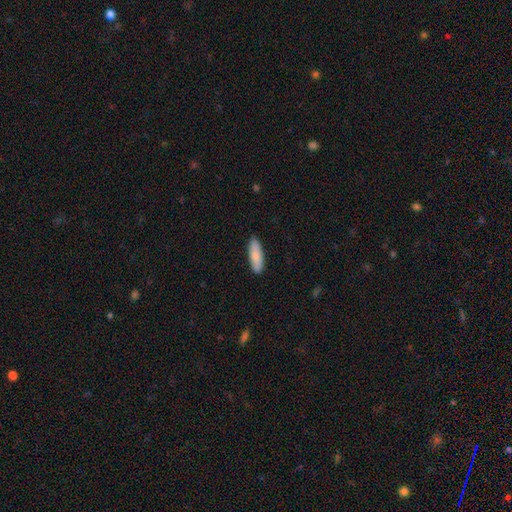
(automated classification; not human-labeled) Q: Smooth or featured?
A: smooth (84%); runner-up: featured or disk (11%)
Q: How rounded?
A: in between (54%); runner-up: cigar-shaped (45%)
Q: Merging?
A: none (88%); runner-up: minor disturbance (9%)